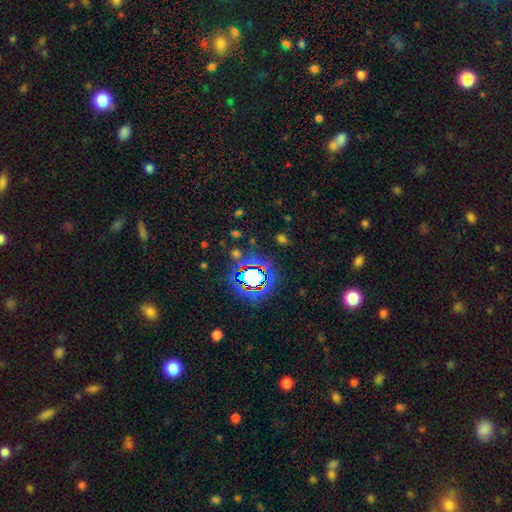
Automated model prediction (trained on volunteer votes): Smooth or featured?
  - star or artifact: 78% *
  - smooth: 14%
  - featured or disk: 9%